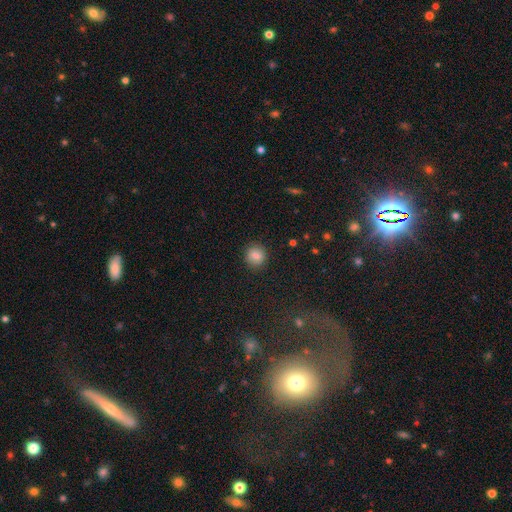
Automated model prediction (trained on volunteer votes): A smooth galaxy with no disk features (84%) that is round (89%). Merging: none (90%).